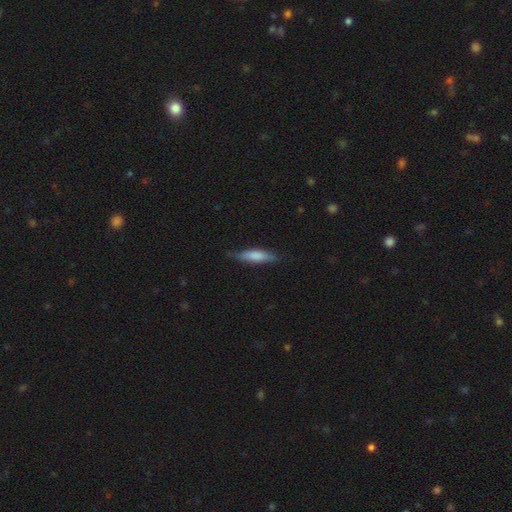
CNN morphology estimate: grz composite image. It shows a smooth galaxy with no disk features (71%) that is cigar-shaped (72%). Merging: none (76%).